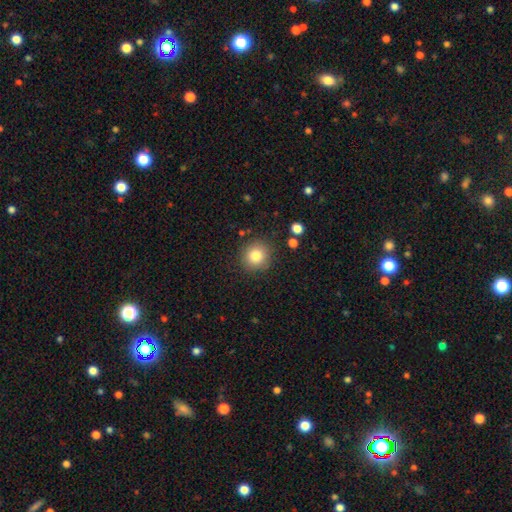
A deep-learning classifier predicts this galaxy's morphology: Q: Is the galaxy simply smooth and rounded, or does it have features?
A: smooth — 82%.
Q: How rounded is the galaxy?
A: round — 90%.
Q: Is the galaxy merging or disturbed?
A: none — 86%.